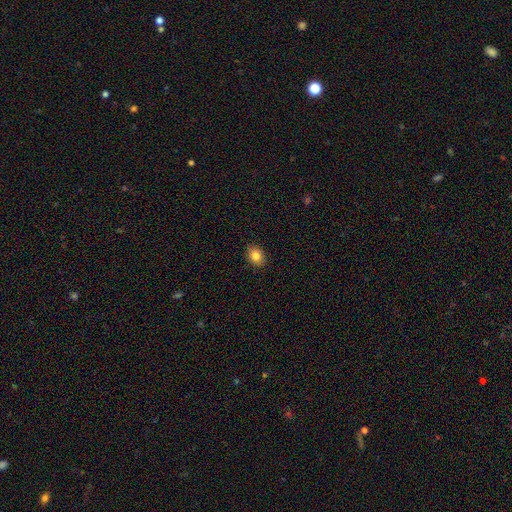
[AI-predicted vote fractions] Smooth or featured: smooth — 83% (star or artifact — 9%)
How rounded: in between — 65% (round — 34%)
Merging: none — 90% (minor disturbance — 7%)